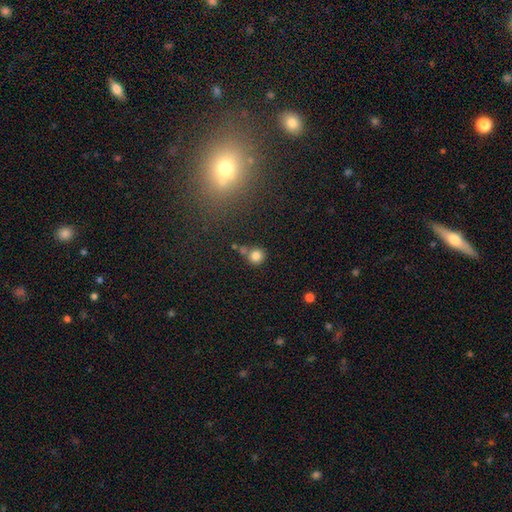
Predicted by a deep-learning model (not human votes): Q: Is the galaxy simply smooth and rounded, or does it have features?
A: smooth — 82%.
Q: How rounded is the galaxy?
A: round — 90%.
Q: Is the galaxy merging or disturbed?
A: none — 63%.